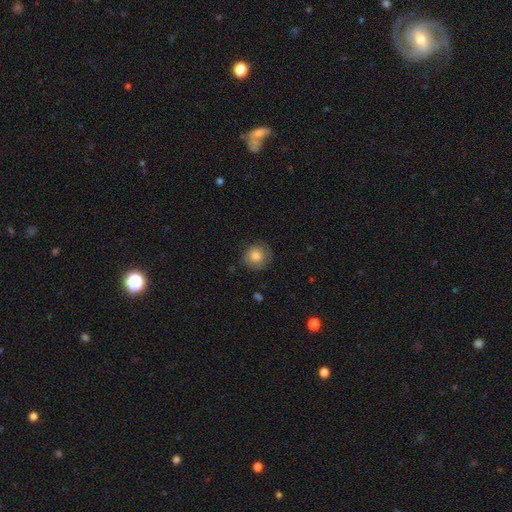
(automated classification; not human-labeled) smooth 82%, featured or disk 10%, star or artifact 8%. Down the decision tree: how rounded — round (90%); merging — none (79%).